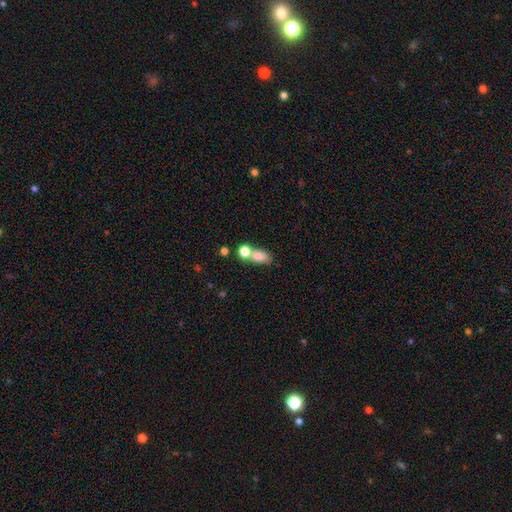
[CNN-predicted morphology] A smooth galaxy with no disk features (78%) that is in between round and cigar-shaped (75%).

Vote fractions:
- Smooth or featured? smooth: 78% / featured or disk: 11% / star or artifact: 11%
- How rounded? in between: 75% / round: 20% / cigar-shaped: 5%
- Merging? merger: 47% / none: 36% / minor disturbance: 11% / major disturbance: 6%